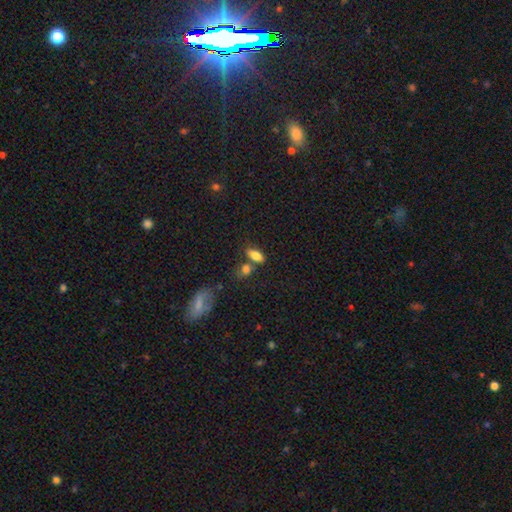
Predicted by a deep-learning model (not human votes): A smooth galaxy with no disk features (79%) that is in between round and cigar-shaped (85%).

Vote fractions:
- Smooth or featured? smooth: 79% / featured or disk: 12% / star or artifact: 9%
- How rounded? in between: 85% / cigar-shaped: 10% / round: 5%
- Merging? none: 60% / merger: 21% / minor disturbance: 14% / major disturbance: 5%